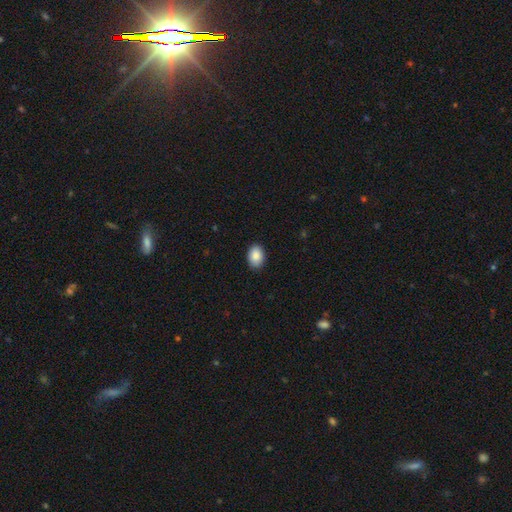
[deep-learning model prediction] smooth-or-featured: smooth: 88% | star or artifact: 7% | featured or disk: 5%
  how-rounded: in between: 83% | round: 16% | cigar-shaped: 1%
  merging: none: 88% | minor disturbance: 9% | major disturbance: 2% | merger: 1%